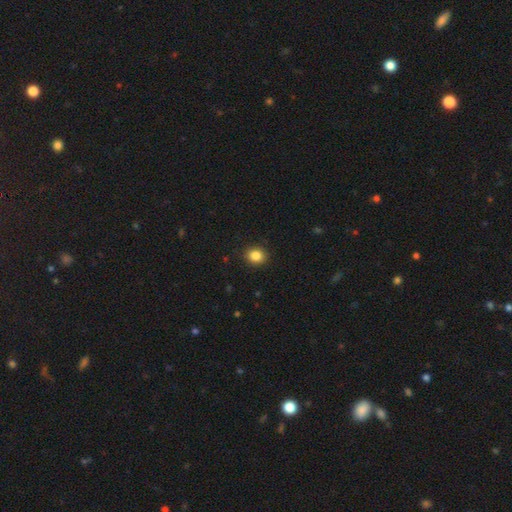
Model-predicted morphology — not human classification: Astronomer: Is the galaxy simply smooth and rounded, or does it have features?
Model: smooth — 86%.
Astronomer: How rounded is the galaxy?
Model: round — 72%.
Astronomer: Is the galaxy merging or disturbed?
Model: none — 90%.